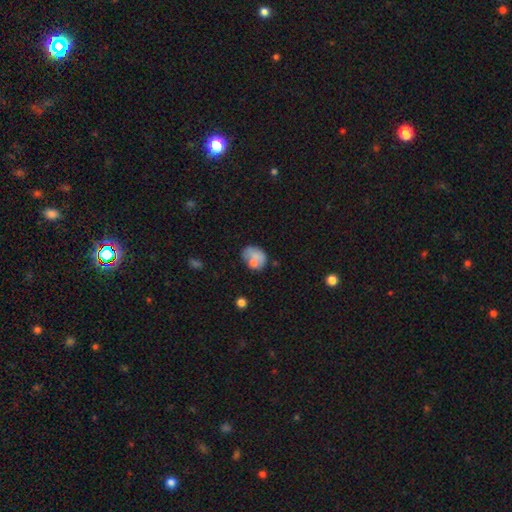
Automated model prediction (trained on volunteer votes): A smooth galaxy with no disk features (68%) that is in between round and cigar-shaped (55%). Merging: none (45%).